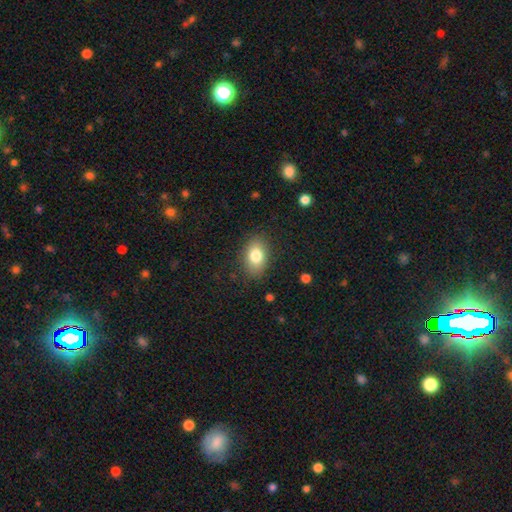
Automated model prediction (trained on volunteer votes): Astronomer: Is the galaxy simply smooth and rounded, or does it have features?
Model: smooth — 80%.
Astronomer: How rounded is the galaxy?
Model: in between — 82%.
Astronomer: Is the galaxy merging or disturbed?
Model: none — 84%.